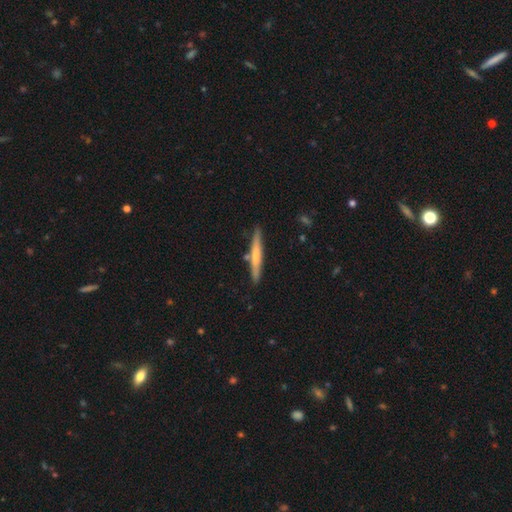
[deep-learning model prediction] A smooth galaxy with no disk features (56%) that is cigar-shaped (95%).

Vote fractions:
- Smooth or featured? smooth: 56% / featured or disk: 39% / star or artifact: 5%
- How rounded? cigar-shaped: 95% / in between: 4% / round: 1%
- Merging? none: 83% / minor disturbance: 11% / merger: 5% / major disturbance: 2%